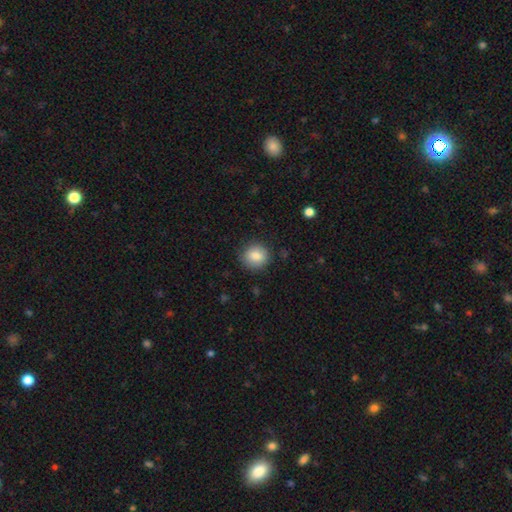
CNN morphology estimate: Q: Smooth or featured?
A: smooth (85%); runner-up: star or artifact (9%)
Q: How rounded?
A: round (88%); runner-up: in between (11%)
Q: Merging?
A: none (86%); runner-up: minor disturbance (10%)